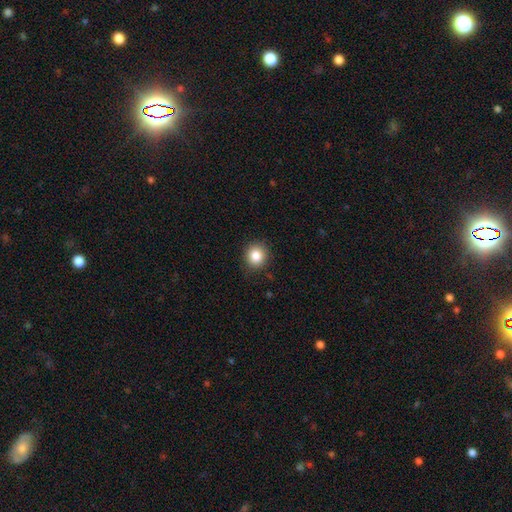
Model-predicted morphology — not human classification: Q: Smooth or featured?
A: smooth (84%); runner-up: star or artifact (10%)
Q: How rounded?
A: round (85%); runner-up: in between (14%)
Q: Merging?
A: none (87%); runner-up: minor disturbance (9%)